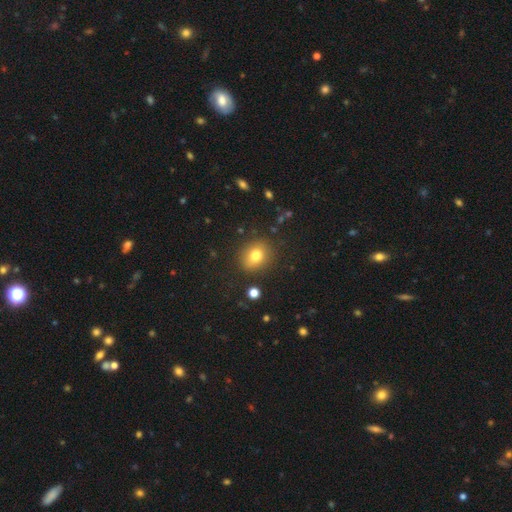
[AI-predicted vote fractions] Smooth or featured? Predicted: smooth (p=0.78). How rounded? Predicted: round (p=0.60). Merging? Predicted: none (p=0.85).